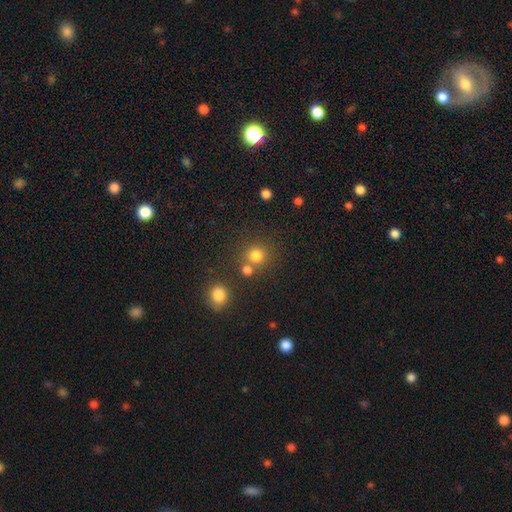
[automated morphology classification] Smooth or featured?
  - smooth: 79% *
  - star or artifact: 15%
  - featured or disk: 6%
How rounded?
  - round: 90% *
  - in between: 9%
  - cigar-shaped: 1%
Merging?
  - none: 69% *
  - merger: 20%
  - minor disturbance: 8%
  - major disturbance: 4%